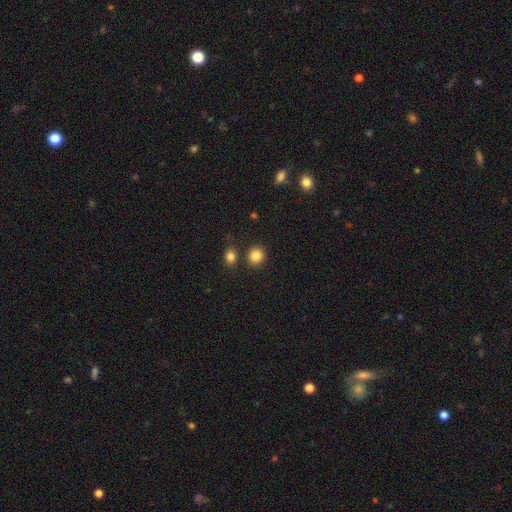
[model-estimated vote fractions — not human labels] A smooth galaxy with no disk features (85%) that is round (83%). Merging: none (80%).